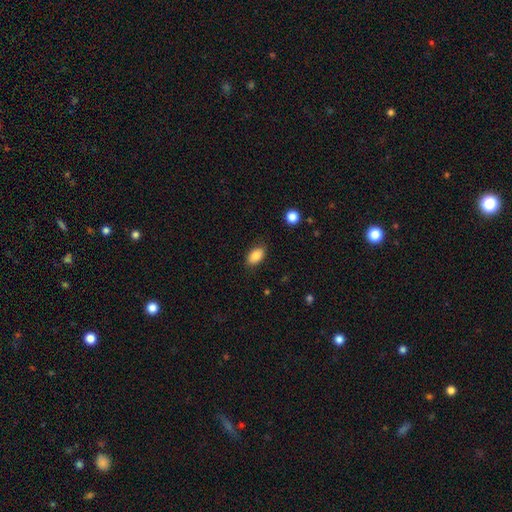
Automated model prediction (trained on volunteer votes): This appears to be a smooth galaxy with no disk features (85%) that is in between round and cigar-shaped (90%). Merging: none (83%).